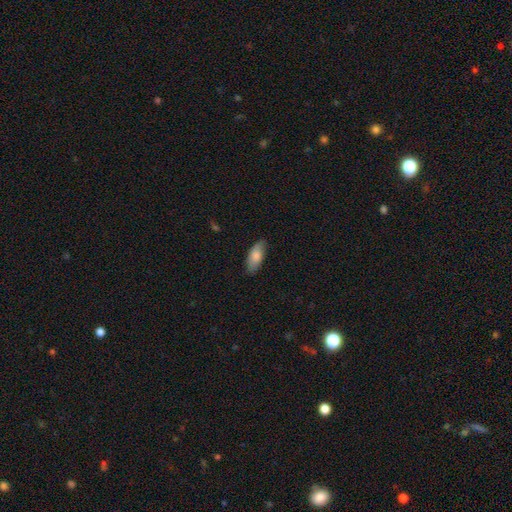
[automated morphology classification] A smooth galaxy with no disk features (80%) that is in between round and cigar-shaped (81%).

Vote fractions:
- Smooth or featured? smooth: 80% / featured or disk: 14% / star or artifact: 6%
- How rounded? in between: 81% / cigar-shaped: 17% / round: 2%
- Merging? none: 80% / minor disturbance: 16% / major disturbance: 3% / merger: 1%